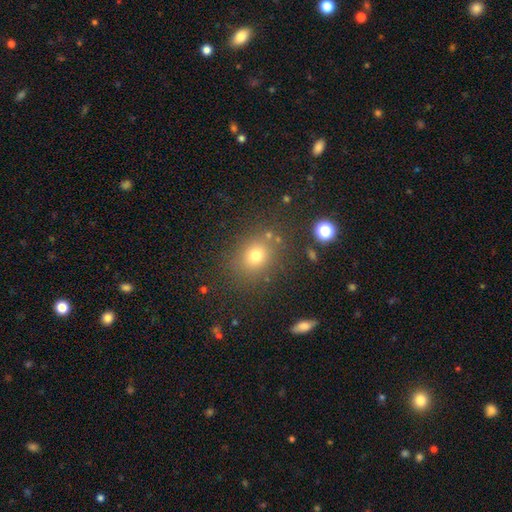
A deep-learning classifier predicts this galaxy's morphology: Overall: smooth (74%). How rounded: round (61%; in between 38%). Merging: none (80%).